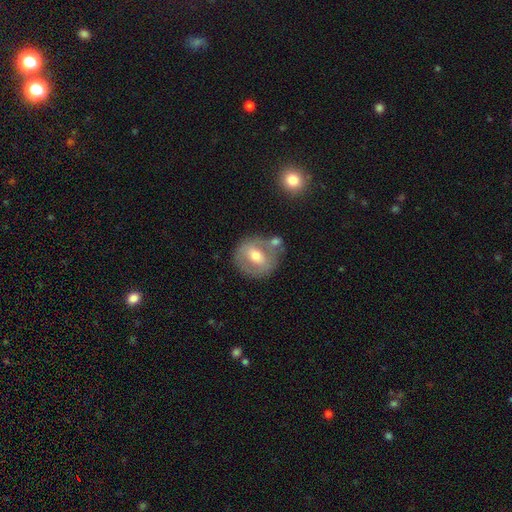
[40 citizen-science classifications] smooth-or-featured: smooth: 48% (tied) | featured or disk: 48% (tied) | star or artifact: 5%
  how-rounded: round: 79% | in between: 21% | cigar-shaped: 0%
  merging: none: 50% | minor disturbance: 26% | merger: 18% | major disturbance: 5%